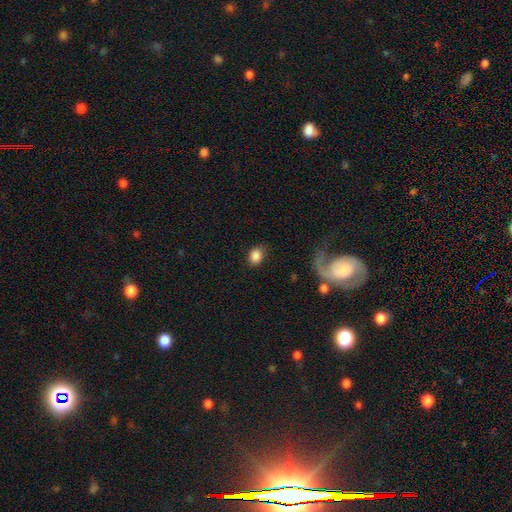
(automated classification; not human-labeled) Smooth or featured? Predicted: smooth (p=0.86). How rounded? Predicted: in between (p=0.62). Merging? Predicted: none (p=0.80).